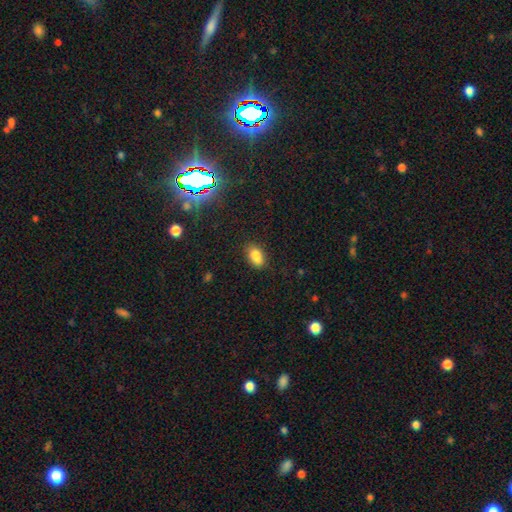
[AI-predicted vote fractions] A smooth galaxy with no disk features (81%) that is in between round and cigar-shaped (89%). Merging: none (81%).